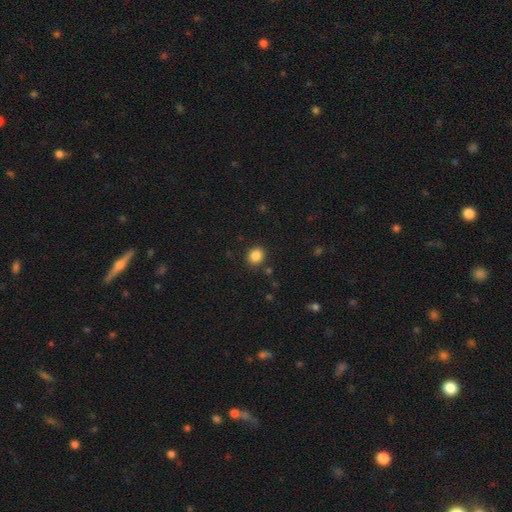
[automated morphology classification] smooth-or-featured: smooth: 86% | star or artifact: 10% | featured or disk: 4%
  how-rounded: round: 78% | in between: 21% | cigar-shaped: 1%
  merging: none: 89% | minor disturbance: 7% | major disturbance: 2% | merger: 2%